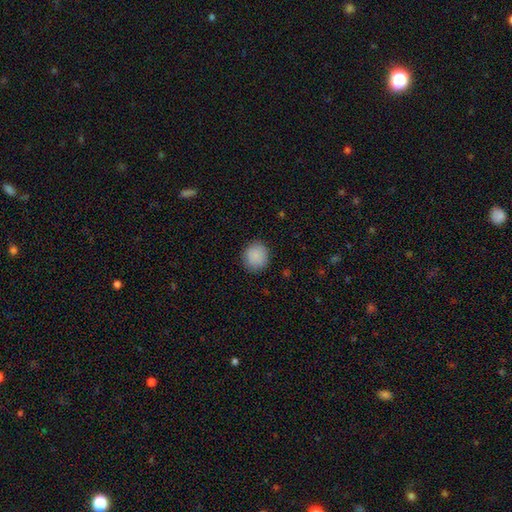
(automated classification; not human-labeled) Smooth or featured: smooth — 89% (star or artifact — 8%)
How rounded: round — 88% (in between — 11%)
Merging: none — 88% (minor disturbance — 8%)